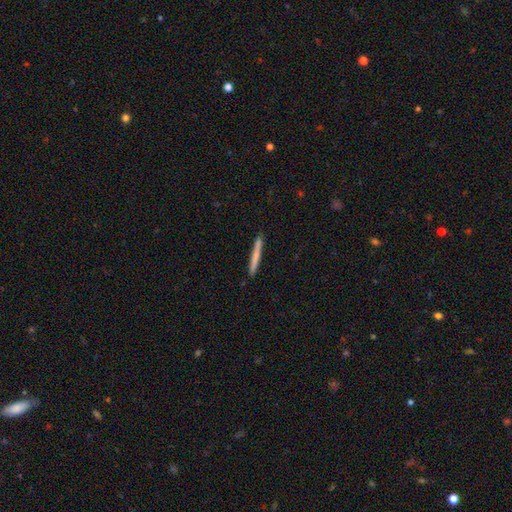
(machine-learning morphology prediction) Overall: smooth (69%). How rounded: cigar-shaped (97%). Merging: none (90%).